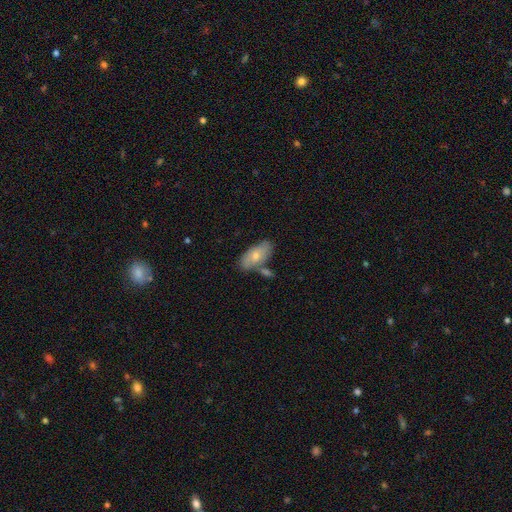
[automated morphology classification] Smooth or featured? Predicted: smooth (p=0.70). How rounded? Predicted: in between (p=0.91). Merging? Predicted: none (p=0.60).